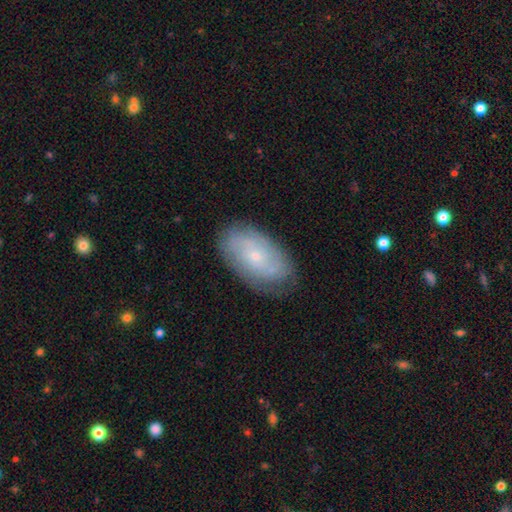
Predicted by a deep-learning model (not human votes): smooth_or_featured: featured or disk (p=0.60) [alt: smooth p=0.33]
disk_edge_on: no (p=0.94) [alt: yes p=0.06]
bar: no (p=0.82) [alt: weak p=0.15]
has_spiral_arms: yes (p=0.78) [alt: no p=0.22]
bulge_size: small (p=0.80) [alt: moderate p=0.16]
merging: none (p=0.76) [alt: minor disturbance p=0.18]